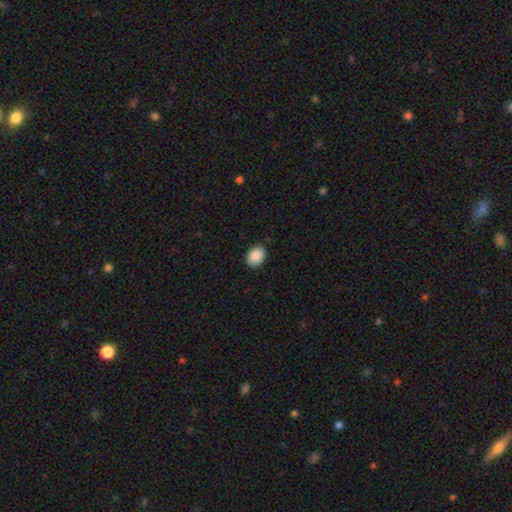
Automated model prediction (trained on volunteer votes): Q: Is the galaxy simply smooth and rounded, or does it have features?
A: smooth — 90%.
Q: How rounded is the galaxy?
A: in between — 65%.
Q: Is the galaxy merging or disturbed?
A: none — 87%.